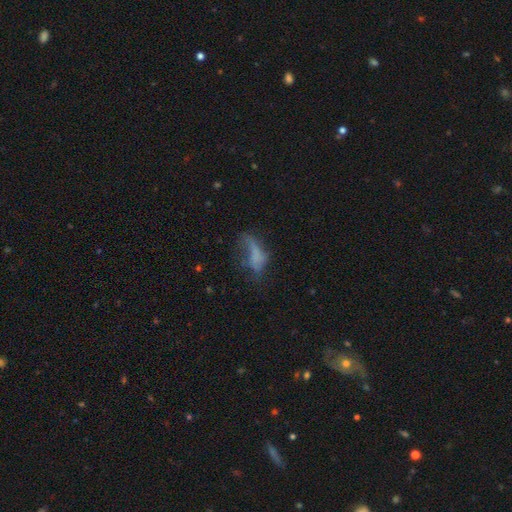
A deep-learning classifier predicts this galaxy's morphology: Smooth or featured?
  - smooth: 52% *
  - featured or disk: 32%
  - star or artifact: 16%
How rounded?
  - in between: 71% *
  - cigar-shaped: 23%
  - round: 6%
Merging?
  - major disturbance: 43% *
  - none: 29%
  - minor disturbance: 22%
  - merger: 6%